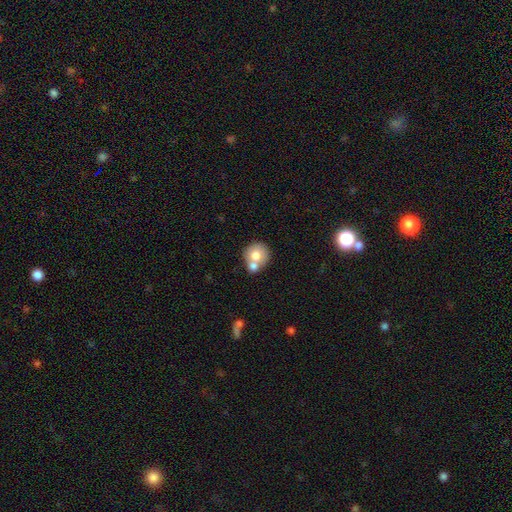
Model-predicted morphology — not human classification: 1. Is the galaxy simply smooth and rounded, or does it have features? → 72% smooth, 20% featured or disk, 8% star or artifact.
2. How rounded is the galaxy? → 85% round, 14% in between, 1% cigar-shaped.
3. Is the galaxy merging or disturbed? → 46% merger, 42% none, 9% minor disturbance, 3% major disturbance.